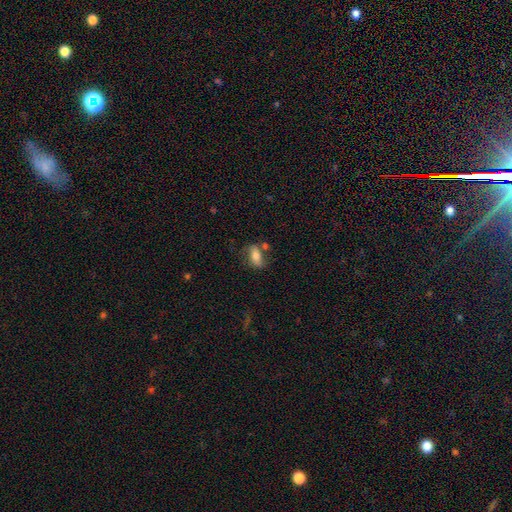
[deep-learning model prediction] The model was most divided on "merging": none: 56%, minor disturbance: 21%, merger: 14%, major disturbance: 10%. More confident: how rounded — in between (83%); smooth or featured — smooth (69%).